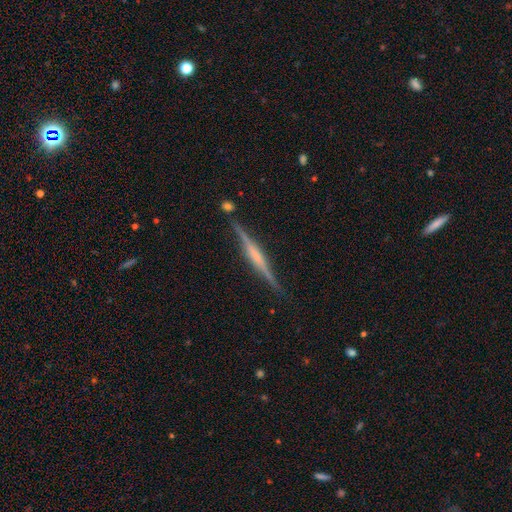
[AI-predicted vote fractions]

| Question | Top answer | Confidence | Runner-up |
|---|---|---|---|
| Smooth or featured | featured or disk | 77% | smooth (17%) |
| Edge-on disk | yes | 98% | no (2%) |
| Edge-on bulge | rounded | 38% | boxy (35%) |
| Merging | none | 85% | minor disturbance (10%) |